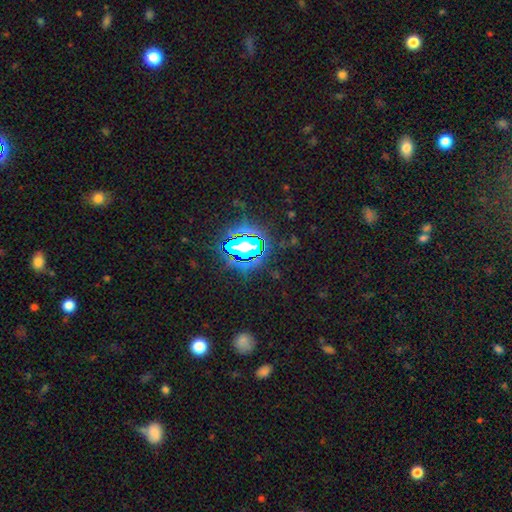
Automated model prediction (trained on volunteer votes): star or artifact 67%, smooth 22%, featured or disk 12%.